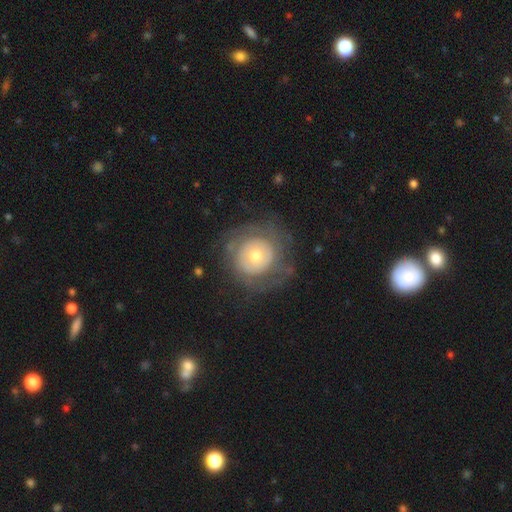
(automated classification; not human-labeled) smooth_or_featured: featured or disk (p=0.60) [alt: smooth p=0.33]
disk_edge_on: no (p=0.97) [alt: yes p=0.03]
bar: no (p=0.84) [alt: weak p=0.13]
has_spiral_arms: yes (p=0.62) [alt: no p=0.38]
bulge_size: moderate (p=0.52) [alt: small p=0.39]
merging: none (p=0.68) [alt: minor disturbance p=0.17]